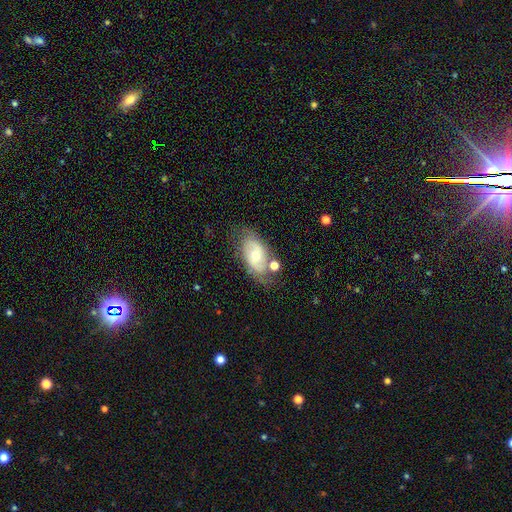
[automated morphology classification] type=featured or disk (57%); edge-on=no (92%); bar=no (68%); spiral arms=yes (58%); bulge=moderate (61%); merging=none (59%).